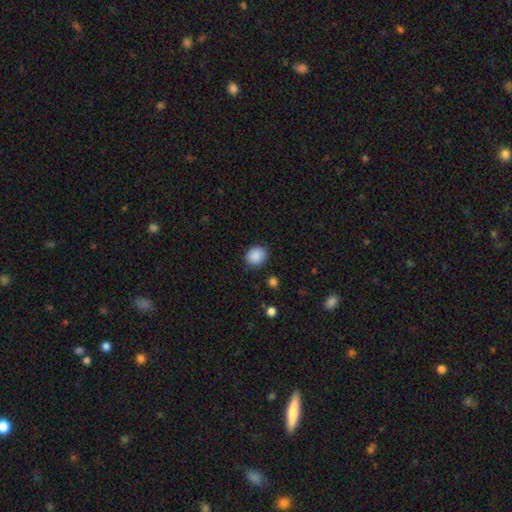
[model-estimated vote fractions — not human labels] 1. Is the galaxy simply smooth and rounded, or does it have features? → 88% smooth, 8% star or artifact, 3% featured or disk.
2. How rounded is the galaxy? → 75% round, 25% in between, 1% cigar-shaped.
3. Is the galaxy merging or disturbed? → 85% none, 11% minor disturbance, 3% major disturbance, 2% merger.